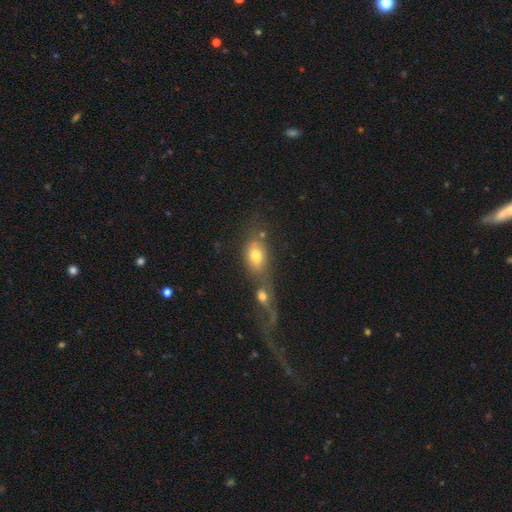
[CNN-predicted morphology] A smooth galaxy with no disk features (69%) that is in between round and cigar-shaped (72%). Merging: merger (60%).